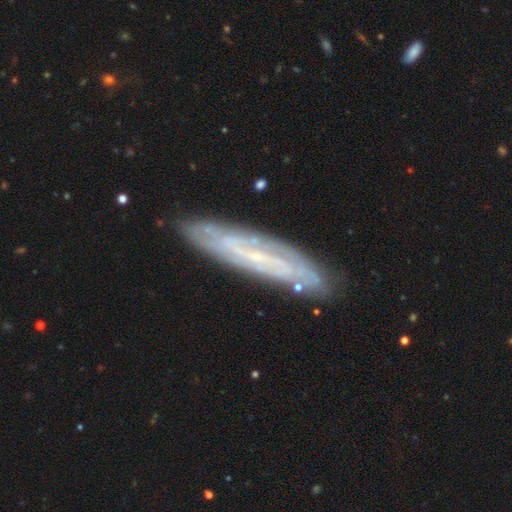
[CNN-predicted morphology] Overall: featured or disk (74%). Edge-on disk: no (69%; yes 31%). Bar: no (42%; weak 37%). Spiral arms: yes (82%). Bulge size: small (61%; none 24%). Merging: none (78%).